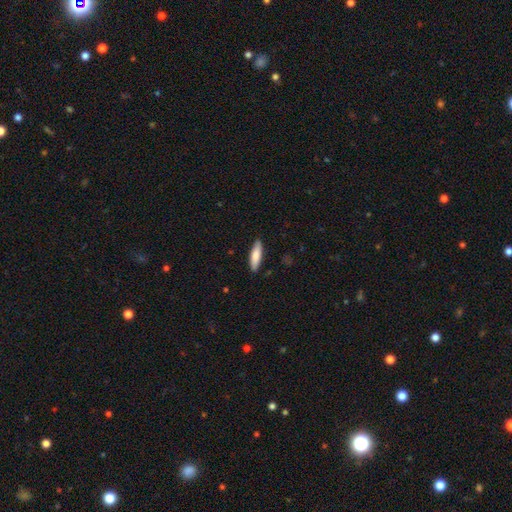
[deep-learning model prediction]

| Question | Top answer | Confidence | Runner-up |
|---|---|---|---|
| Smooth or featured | smooth | 82% | featured or disk (13%) |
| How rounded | cigar-shaped | 64% | in between (35%) |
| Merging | none | 88% | minor disturbance (9%) |